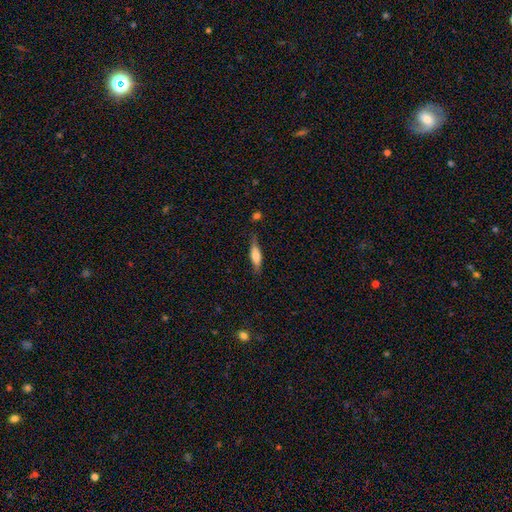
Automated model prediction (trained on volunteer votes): A smooth galaxy with no disk features (60%) that is cigar-shaped (65%).

Vote fractions:
- Smooth or featured? smooth: 60% / featured or disk: 33% / star or artifact: 7%
- How rounded? cigar-shaped: 65% / in between: 33% / round: 2%
- Merging? none: 75% / minor disturbance: 18% / major disturbance: 4% / merger: 3%